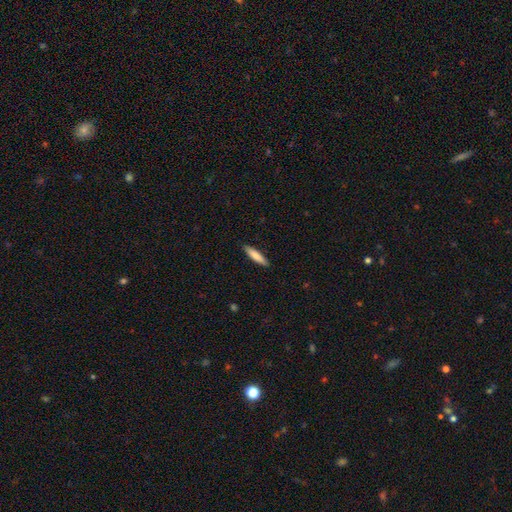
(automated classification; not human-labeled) Smooth or featured? smooth (80%)
How rounded? cigar-shaped (82%)
Merging? none (89%)